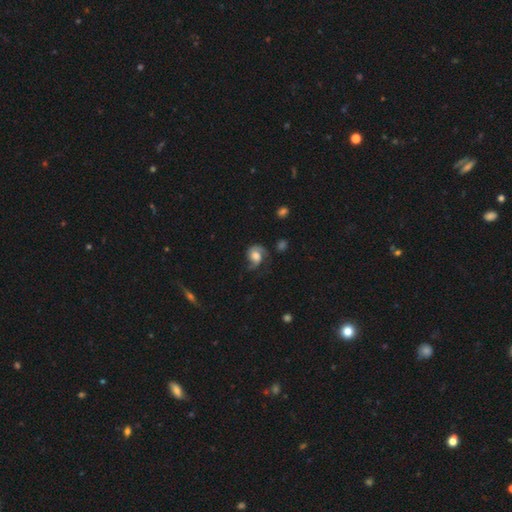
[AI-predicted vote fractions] Smooth or featured? Predicted: featured or disk (p=0.61). Edge-on disk? Predicted: no (p=0.98). Bar? Predicted: no (p=0.70). Spiral arms? Predicted: yes (p=0.90). Spiral winding? Predicted: medium (p=0.42). Spiral arm count? Predicted: 2 (p=0.63). Bulge size? Predicted: moderate (p=0.49). Merging? Predicted: none (p=0.48).